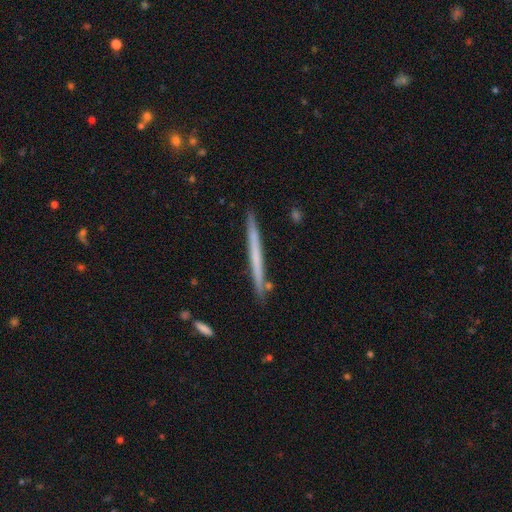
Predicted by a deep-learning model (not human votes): A smooth galaxy with no disk features (47%, tied with featured or disk). Merging: none (89%).